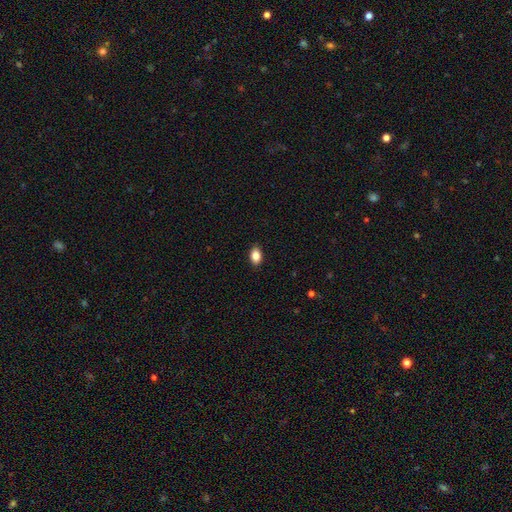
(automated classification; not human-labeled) Overall: smooth (87%). How rounded: in between (87%). Merging: none (89%).